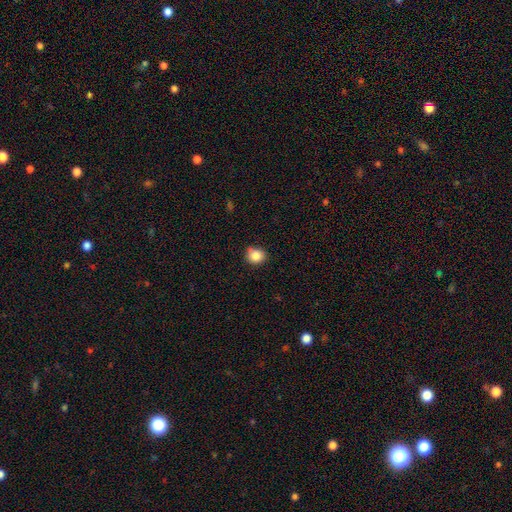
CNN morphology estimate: smooth_or_featured: smooth (p=0.85) [alt: star or artifact p=0.10]
how_rounded: round (p=0.81) [alt: in between p=0.18]
merging: none (p=0.77) [alt: minor disturbance p=0.17]